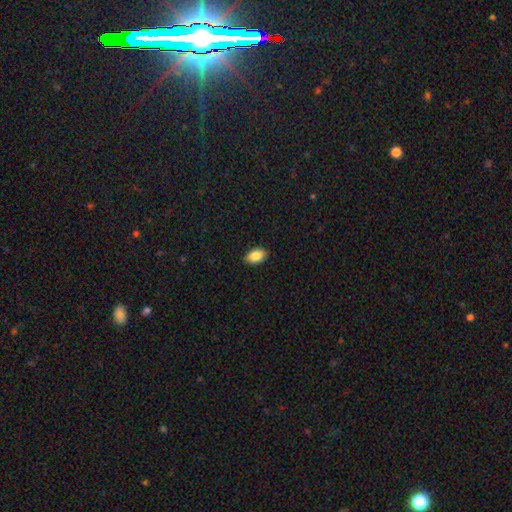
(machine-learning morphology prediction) Smooth or featured: smooth — 87% (star or artifact — 7%)
How rounded: in between — 92% (round — 7%)
Merging: none — 90% (minor disturbance — 8%)